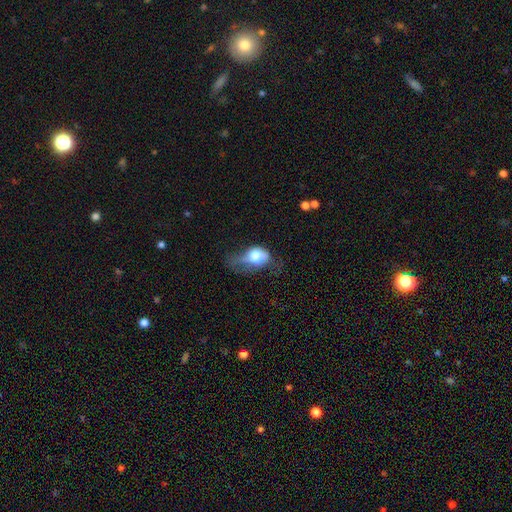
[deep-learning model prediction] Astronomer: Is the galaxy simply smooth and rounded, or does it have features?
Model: smooth — 65%.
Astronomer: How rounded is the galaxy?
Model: in between — 70%.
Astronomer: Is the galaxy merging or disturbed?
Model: major disturbance — 51% (runner-up: minor disturbance, 27%).